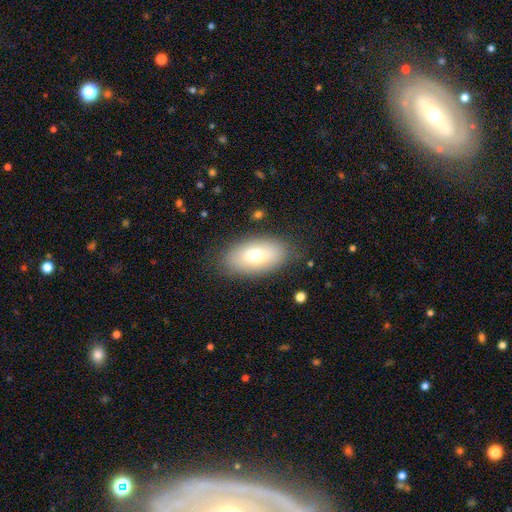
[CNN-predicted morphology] Smooth or featured?
  - smooth: 71% *
  - featured or disk: 21%
  - star or artifact: 8%
How rounded?
  - in between: 92% *
  - round: 5%
  - cigar-shaped: 3%
Merging?
  - none: 83% *
  - minor disturbance: 12%
  - major disturbance: 4%
  - merger: 1%